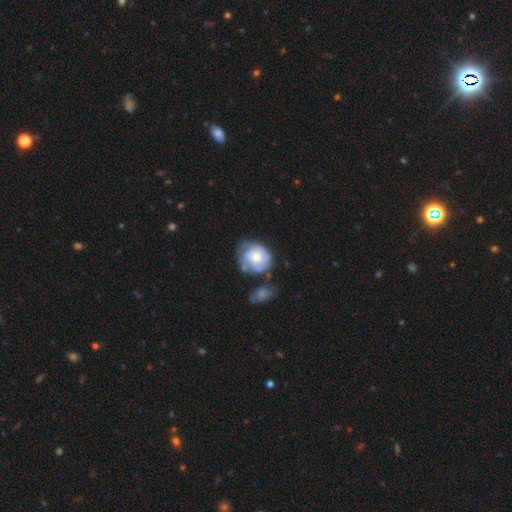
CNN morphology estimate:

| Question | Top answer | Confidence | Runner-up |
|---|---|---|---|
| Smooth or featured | featured or disk | 61% | smooth (33%) |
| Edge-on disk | no | 98% | yes (2%) |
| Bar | no | 80% | weak (17%) |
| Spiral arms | yes | 73% | no (27%) |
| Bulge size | moderate | 64% | small (21%) |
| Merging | none | 50% | minor disturbance (26%) |